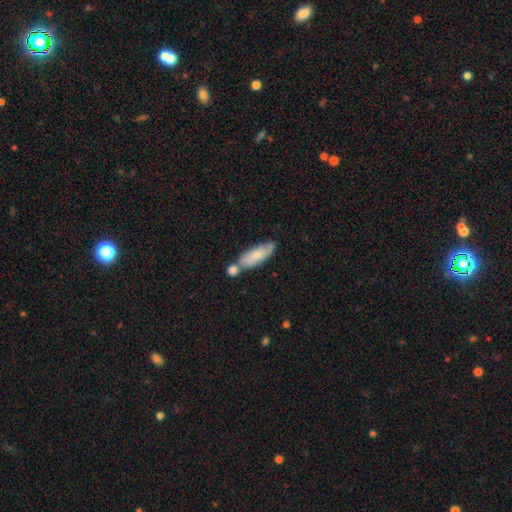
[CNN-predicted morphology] A smooth galaxy with no disk features (67%) that is in between round and cigar-shaped (66%). Merging: none (47%).